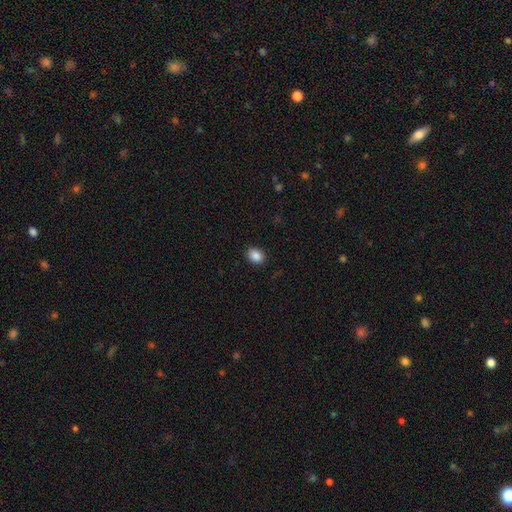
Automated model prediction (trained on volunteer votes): smooth_or_featured: smooth (p=0.87) [alt: star or artifact p=0.09]
how_rounded: in between (p=0.59) [alt: round p=0.40]
merging: none (p=0.89) [alt: minor disturbance p=0.08]